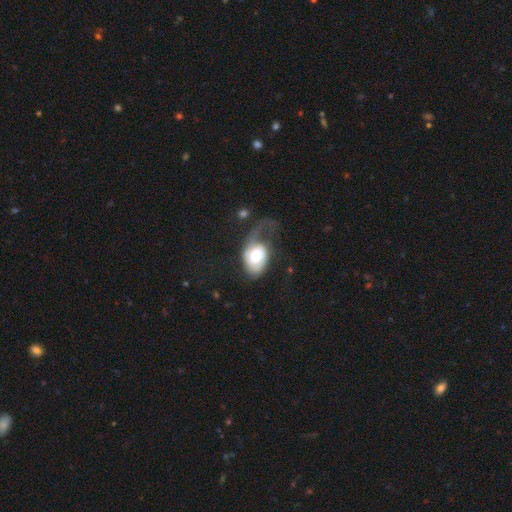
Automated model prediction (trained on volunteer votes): This is possibly a smooth galaxy (47%, tied with featured or disk). Merging: possibly major disturbance (57%).